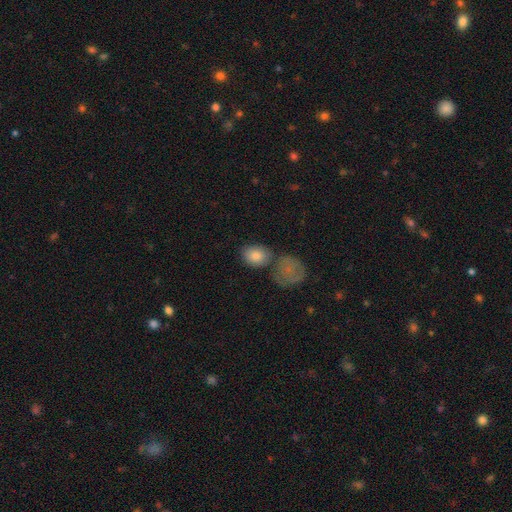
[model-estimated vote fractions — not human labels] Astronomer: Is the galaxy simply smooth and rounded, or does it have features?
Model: smooth — 82%.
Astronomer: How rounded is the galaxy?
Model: in between — 56% (runner-up: round, 42%).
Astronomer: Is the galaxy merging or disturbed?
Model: none — 59%.